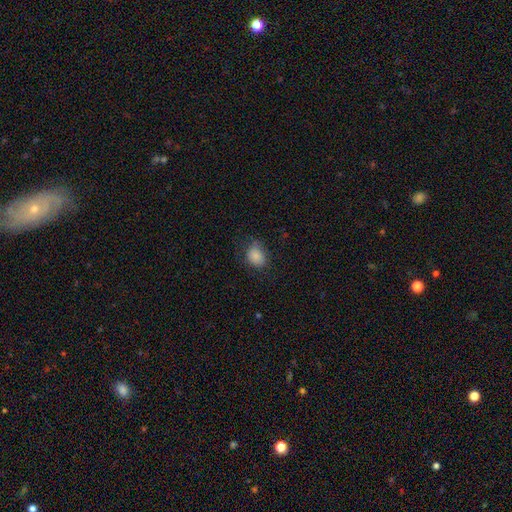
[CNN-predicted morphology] Smooth or featured? Predicted: smooth (p=0.85). How rounded? Predicted: in between (p=0.57). Merging? Predicted: none (p=0.66).